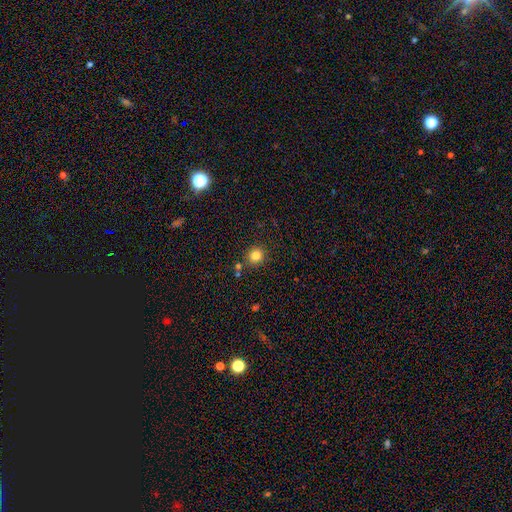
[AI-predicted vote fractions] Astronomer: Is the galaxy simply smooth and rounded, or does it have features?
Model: smooth — 82%.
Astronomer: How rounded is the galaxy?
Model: round — 87%.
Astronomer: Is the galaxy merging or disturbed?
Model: none — 82%.